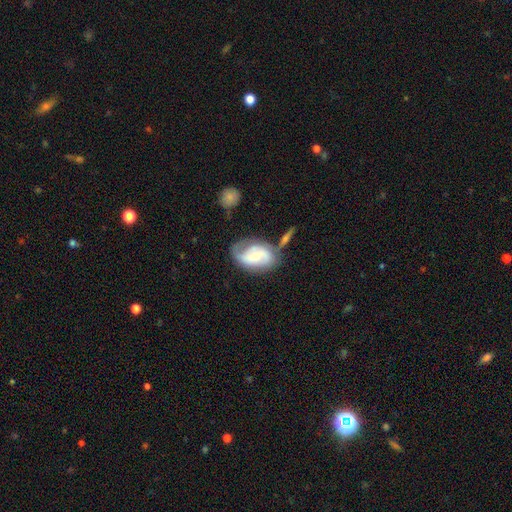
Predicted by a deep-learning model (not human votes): smooth_or_featured: featured or disk (p=0.67) [alt: smooth p=0.27]
disk_edge_on: no (p=0.96) [alt: yes p=0.04]
bar: no (p=0.46) [alt: weak p=0.41]
has_spiral_arms: yes (p=0.89) [alt: no p=0.11]
spiral_winding: medium (p=0.45) [alt: loose p=0.30]
spiral_arm_count: 2 (p=0.71) [alt: can't tell p=0.12]
bulge_size: moderate (p=0.47) [alt: small p=0.40]
merging: none (p=0.44) [alt: minor disturbance p=0.24]